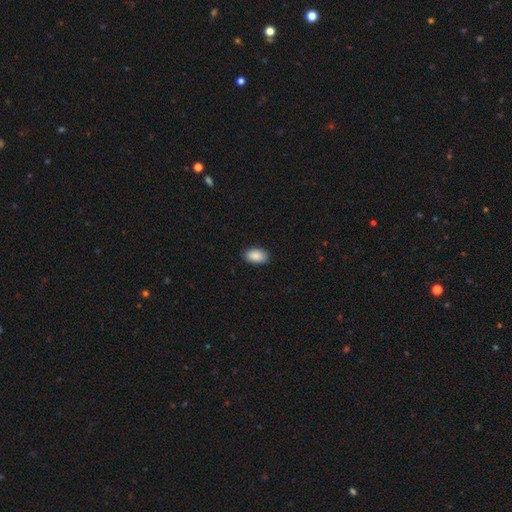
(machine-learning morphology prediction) A smooth galaxy with no disk features (90%) that is in between round and cigar-shaped (94%).

Vote fractions:
- Smooth or featured? smooth: 90% / star or artifact: 6% / featured or disk: 4%
- How rounded? in between: 94% / round: 5% / cigar-shaped: 2%
- Merging? none: 88% / minor disturbance: 9% / major disturbance: 2% / merger: 1%